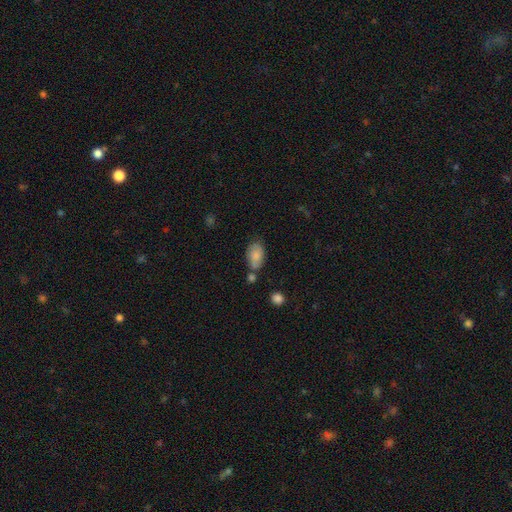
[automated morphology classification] Smooth or featured? Predicted: smooth (p=0.77). How rounded? Predicted: in between (p=0.91). Merging? Predicted: none (p=0.55).